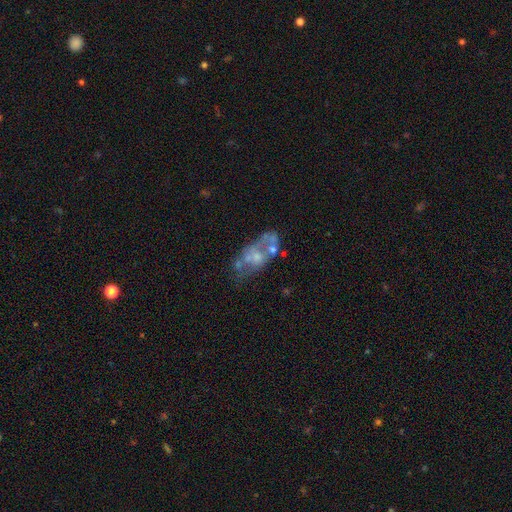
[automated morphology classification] smooth-or-featured: featured or disk: 63% | smooth: 27% | star or artifact: 11%
  disk-edge-on: no: 95% | yes: 5%
    bar: no: 87% | weak: 10% | strong: 2%
    has-spiral-arms: no: 83% | yes: 17%
    bulge-size: small: 32% (tied) | none: 32% (tied) | moderate: 31% | large: 4% | dominant: 1%
  merging: none: 37% | merger: 23% | major disturbance: 21% | minor disturbance: 20%